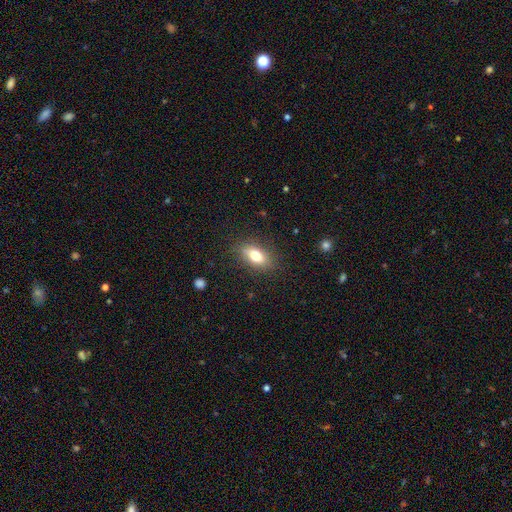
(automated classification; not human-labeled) Q: Smooth or featured?
A: smooth (74%); runner-up: featured or disk (17%)
Q: How rounded?
A: in between (82%); runner-up: round (10%)
Q: Merging?
A: none (83%); runner-up: minor disturbance (12%)